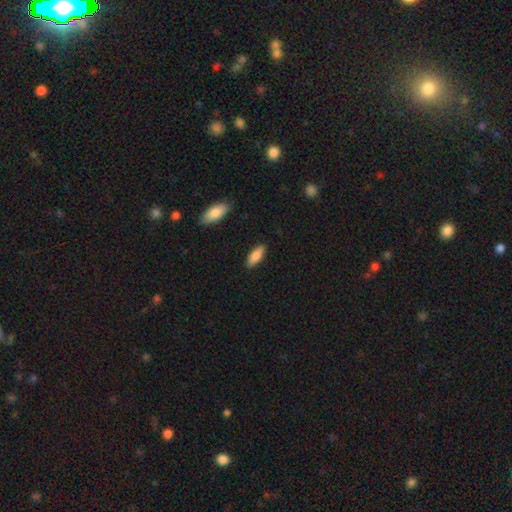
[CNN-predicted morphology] The model was most divided on "how rounded": in between: 69%, cigar-shaped: 29%, round: 2%. More confident: merging — none (87%); smooth or featured — smooth (83%).